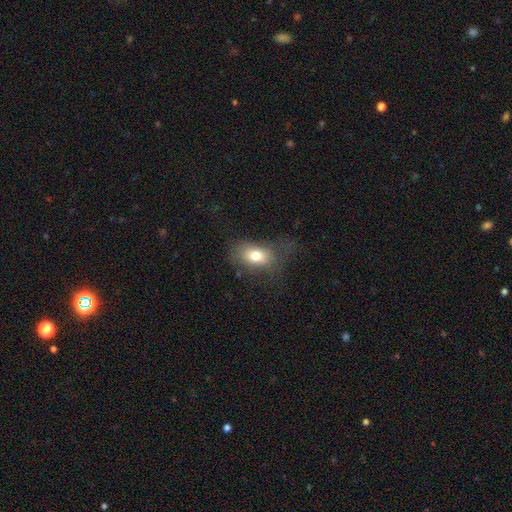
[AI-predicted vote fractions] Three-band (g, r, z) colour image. It shows a smooth galaxy with no disk features (74%) that is in between round and cigar-shaped (79%). Merging: none (49%).